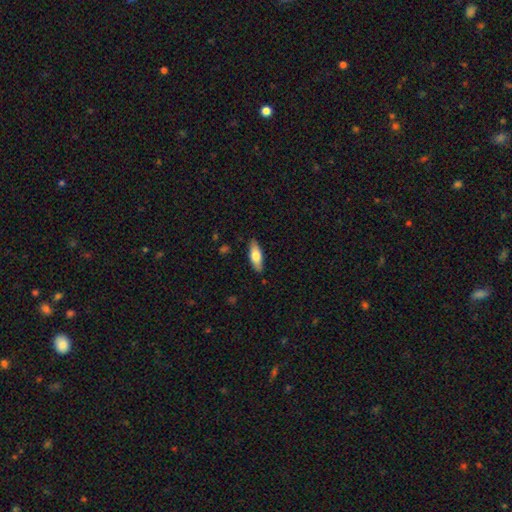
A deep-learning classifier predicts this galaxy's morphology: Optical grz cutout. It shows a smooth galaxy with no disk features (70%) that is in between round and cigar-shaped (66%). Merging: none (87%).